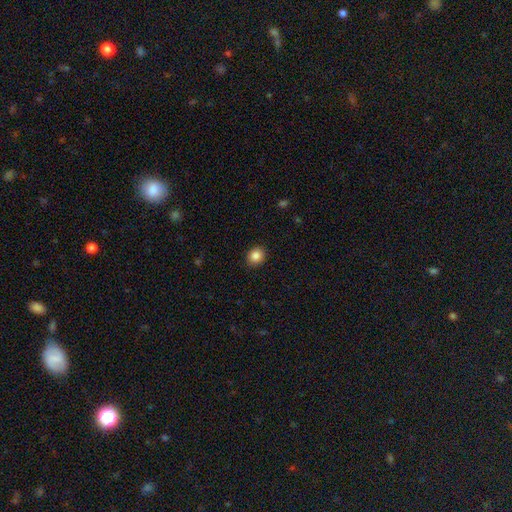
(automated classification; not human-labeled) Smooth or featured: smooth — 86% (star or artifact — 10%)
How rounded: round — 73% (in between — 26%)
Merging: none — 90% (minor disturbance — 7%)